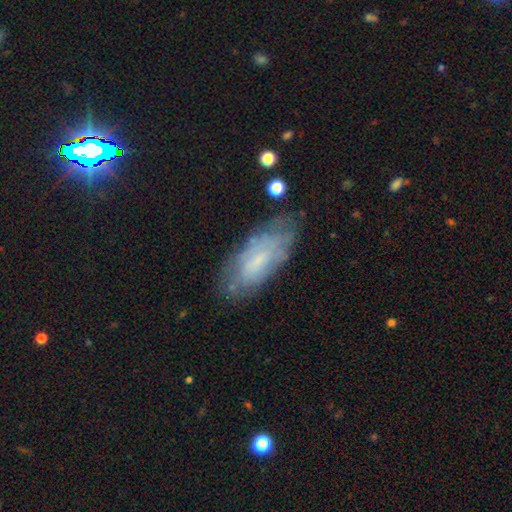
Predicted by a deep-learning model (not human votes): Morphology: type=featured or disk (45%); merging=none (75%).